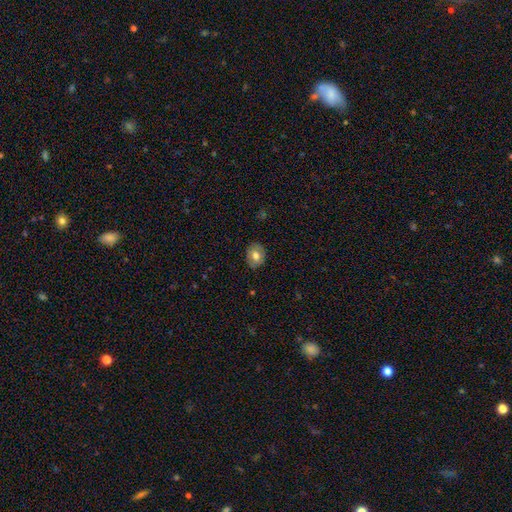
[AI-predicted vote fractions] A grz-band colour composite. It shows a smooth galaxy with no disk features (69%) that is round (51%). Merging: none (85%).